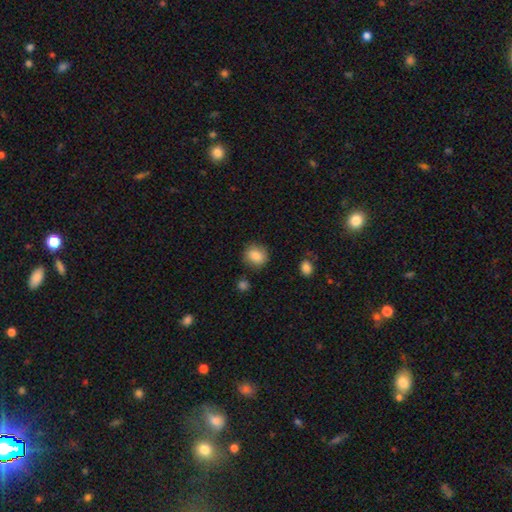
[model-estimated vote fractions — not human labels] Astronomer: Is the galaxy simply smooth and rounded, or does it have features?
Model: smooth — 85%.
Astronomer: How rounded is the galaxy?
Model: round — 76%.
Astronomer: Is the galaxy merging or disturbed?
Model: none — 83%.